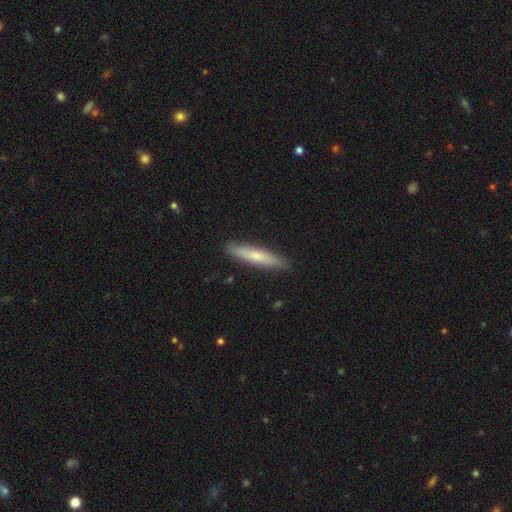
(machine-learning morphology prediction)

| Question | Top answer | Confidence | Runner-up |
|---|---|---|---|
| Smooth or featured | smooth | 63% | featured or disk (32%) |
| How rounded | cigar-shaped | 89% | in between (10%) |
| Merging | none | 89% | minor disturbance (8%) |